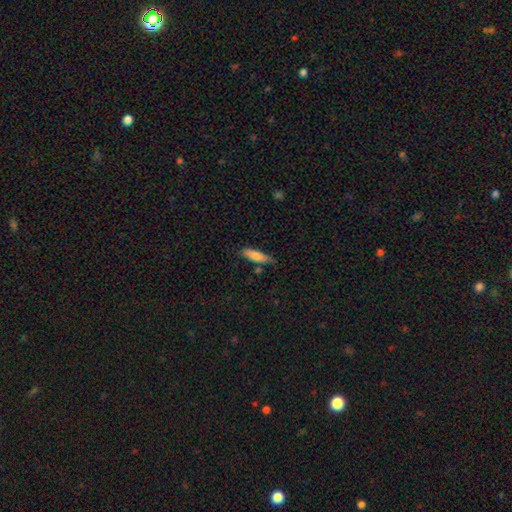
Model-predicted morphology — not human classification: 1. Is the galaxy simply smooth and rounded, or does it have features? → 78% smooth, 16% featured or disk, 6% star or artifact.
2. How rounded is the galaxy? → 65% cigar-shaped, 34% in between, 2% round.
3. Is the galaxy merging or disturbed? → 73% none, 18% minor disturbance, 5% merger, 3% major disturbance.